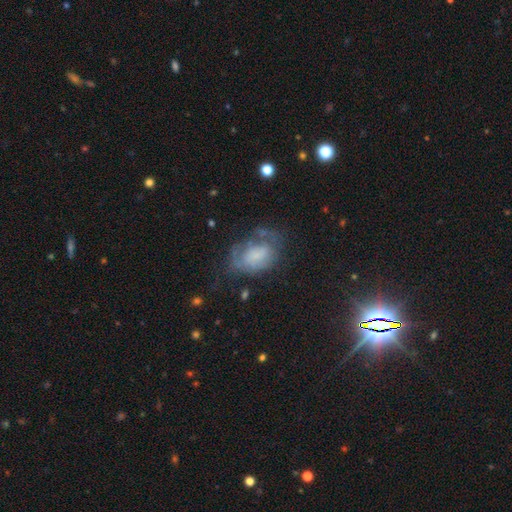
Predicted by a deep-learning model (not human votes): Smooth or featured? smooth (46%)
Merging? none (38%)